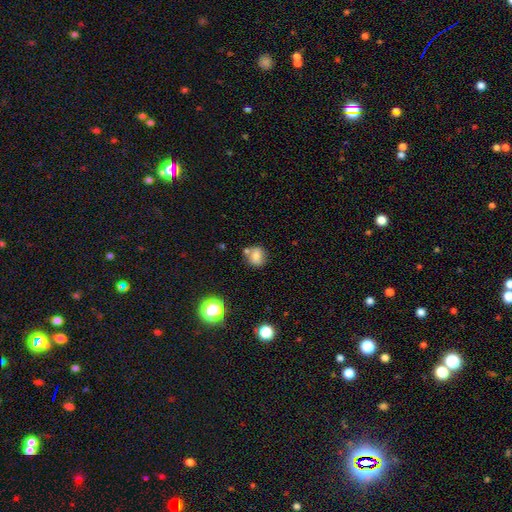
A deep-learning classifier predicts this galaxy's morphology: Overall: smooth (76%). How rounded: round (73%). Merging: none (62%).